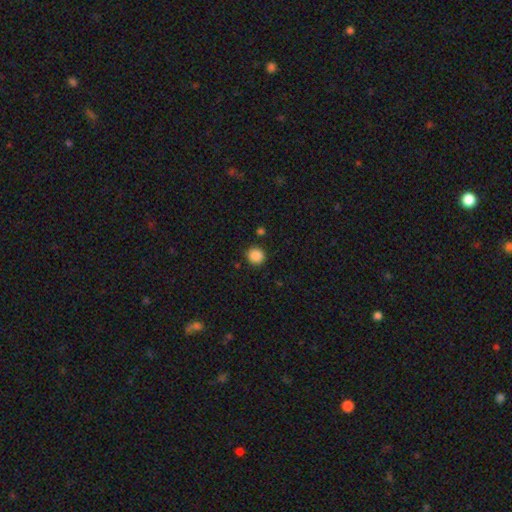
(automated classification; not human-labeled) smooth_or_featured: smooth (p=0.88) [alt: star or artifact p=0.10]
how_rounded: round (p=0.89) [alt: in between p=0.10]
merging: none (p=0.88) [alt: minor disturbance p=0.08]